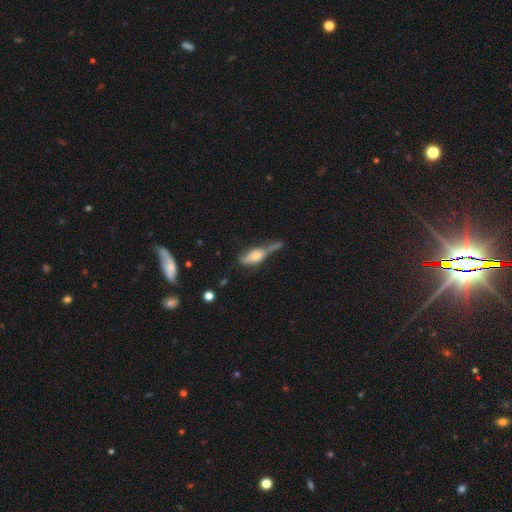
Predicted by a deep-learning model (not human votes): Q: Smooth or featured?
A: smooth (47%); runner-up: featured or disk (44%)
Q: Merging?
A: none (32%); runner-up: minor disturbance (28%)